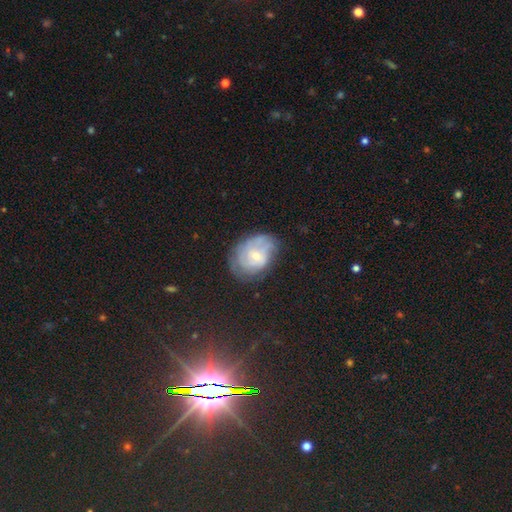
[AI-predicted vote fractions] A featured or disk galaxy (59%) with no bar (66%), spiral arms (72%) and a small central bulge (65%). Merging: none (58%).